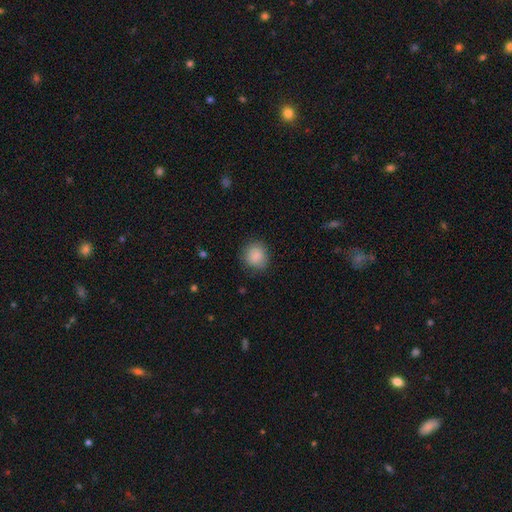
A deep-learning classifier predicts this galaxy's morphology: Overall: smooth (87%). How rounded: round (85%). Merging: none (84%).